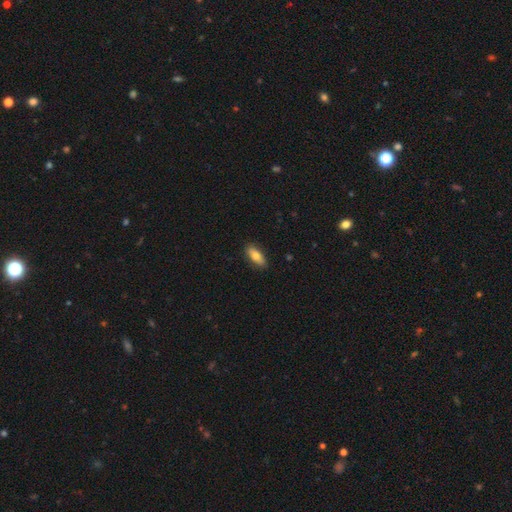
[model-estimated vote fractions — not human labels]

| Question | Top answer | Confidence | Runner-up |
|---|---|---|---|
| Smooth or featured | smooth | 77% | featured or disk (17%) |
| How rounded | in between | 80% | cigar-shaped (18%) |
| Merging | none | 87% | minor disturbance (10%) |